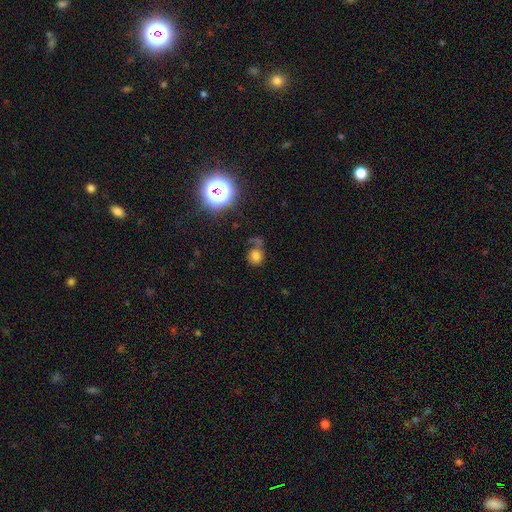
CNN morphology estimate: A smooth galaxy with no disk features (68%) that is round (73%). Merging: none (49%).